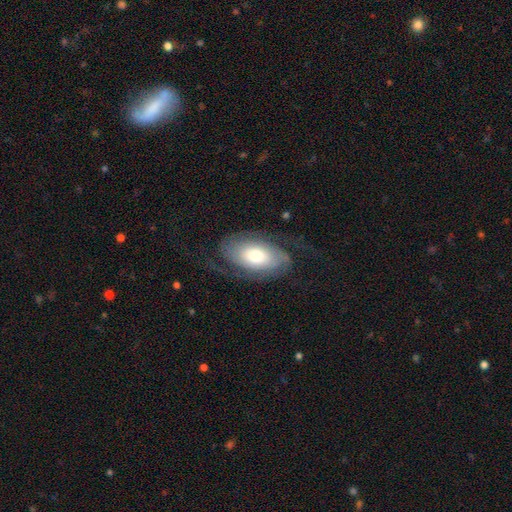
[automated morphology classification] The model was most divided on "smooth or featured": featured or disk: 60%, smooth: 33%, star or artifact: 6%. More confident: edge-on disk — no (92%); spiral arms — yes (79%); bar — no (74%); merging — none (63%); bulge size — moderate (54%).